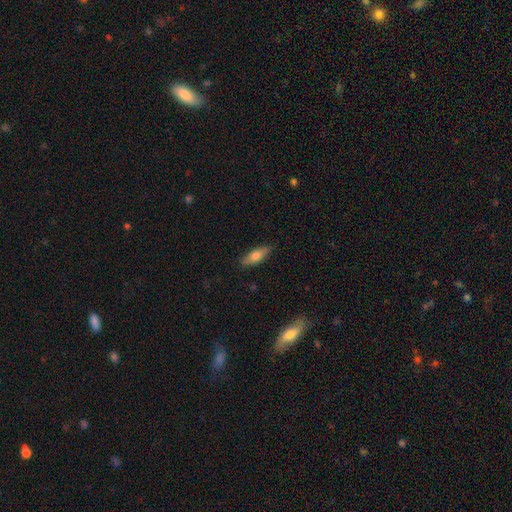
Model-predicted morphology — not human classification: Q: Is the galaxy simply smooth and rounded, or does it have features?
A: smooth — 67%.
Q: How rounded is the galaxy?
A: in between — 58%.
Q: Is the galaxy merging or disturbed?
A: none — 86%.